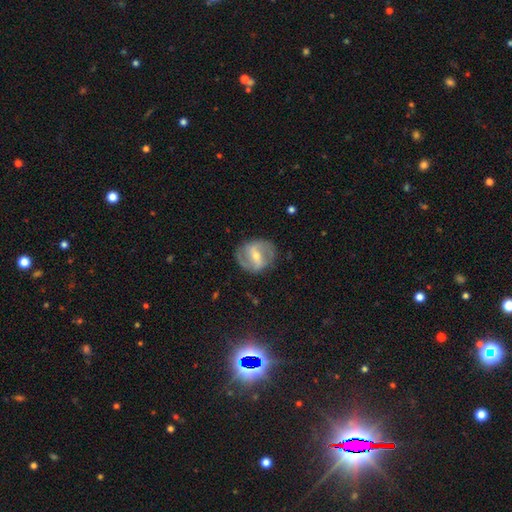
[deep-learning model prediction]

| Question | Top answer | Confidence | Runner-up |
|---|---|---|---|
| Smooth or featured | featured or disk | 77% | smooth (17%) |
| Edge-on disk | no | 96% | yes (4%) |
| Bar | strong | 50% | weak (38%) |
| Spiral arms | yes | 82% | no (18%) |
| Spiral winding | medium | 47% | loose (30%) |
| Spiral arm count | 2 | 86% | can't tell (8%) |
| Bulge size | small | 49% | moderate (45%) |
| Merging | none | 79% | minor disturbance (14%) |